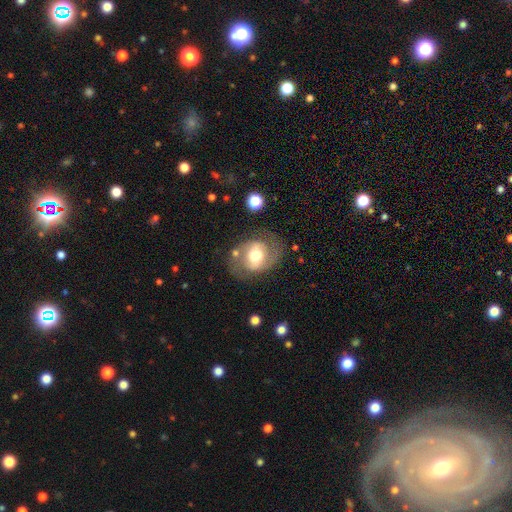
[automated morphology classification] smooth-or-featured: featured or disk: 60% | smooth: 33% | star or artifact: 7%
  disk-edge-on: no: 95% | yes: 5%
    bar: no: 41% | weak: 37% | strong: 22%
    has-spiral-arms: yes: 58% | no: 42%
    bulge-size: moderate: 62% | large: 26% | small: 8% | dominant: 3% | none: 1%
  merging: none: 68% | minor disturbance: 18% | major disturbance: 11% | merger: 4%